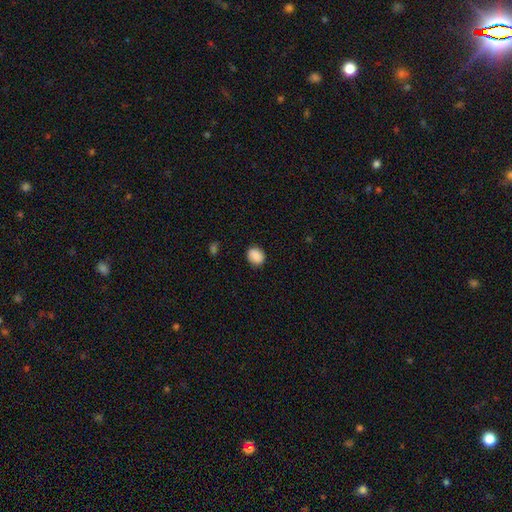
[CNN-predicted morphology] Smooth or featured? smooth (89%)
How rounded? round (54%)
Merging? none (87%)